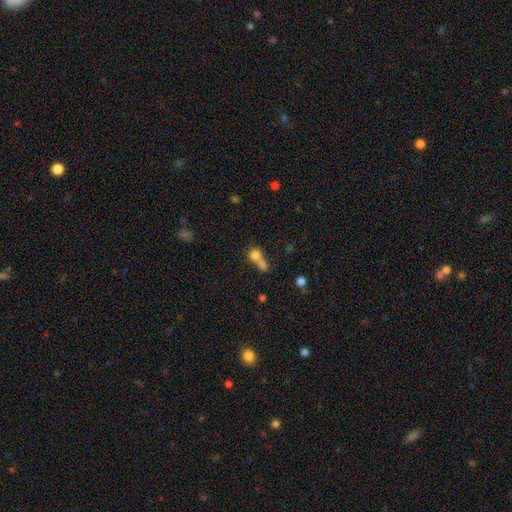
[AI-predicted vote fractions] smooth 74%, featured or disk 14%, star or artifact 12%. Down the decision tree: how rounded — round (72%); merging — merger (56%).